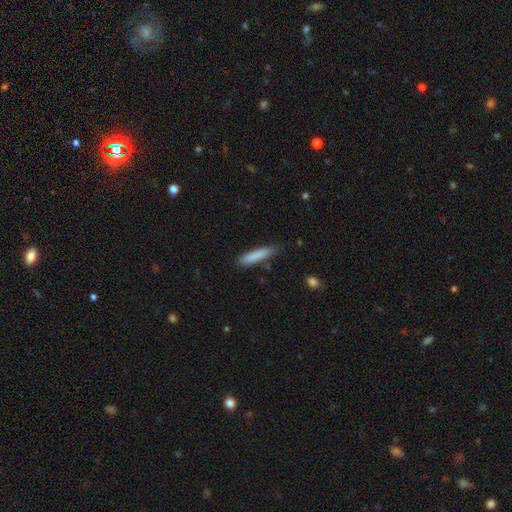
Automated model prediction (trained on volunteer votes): smooth 84%, featured or disk 10%, star or artifact 6%. Down the decision tree: how rounded — cigar-shaped (86%); merging — none (82%).